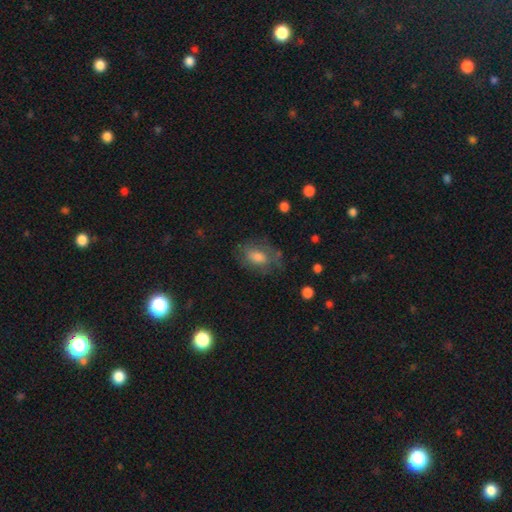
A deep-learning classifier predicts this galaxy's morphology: Smooth or featured: smooth — 39% (featured or disk — 38%)
Merging: none — 71% (minor disturbance — 19%)